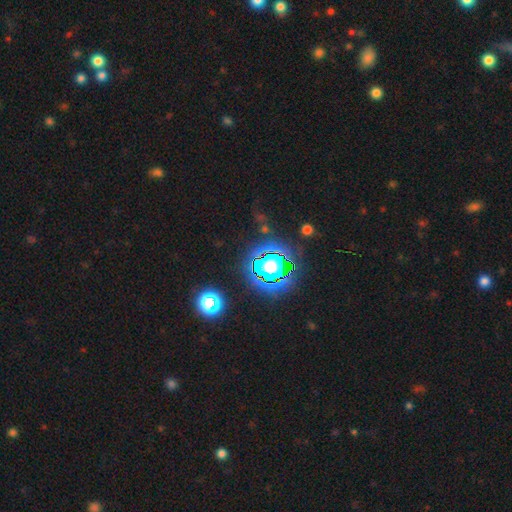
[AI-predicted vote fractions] A star or artifact, not a galaxy (83%).